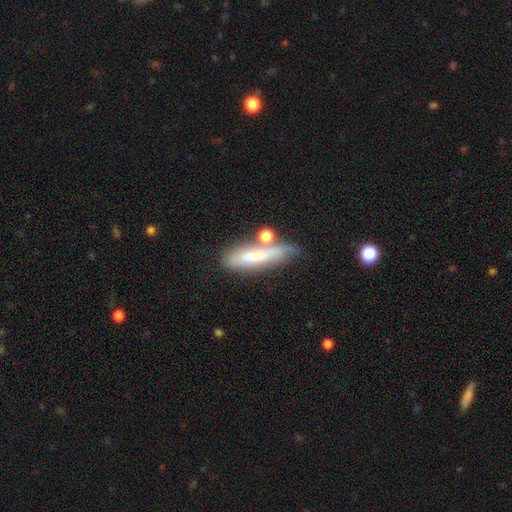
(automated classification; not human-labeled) This is likely a smooth galaxy (61%). How rounded: likely cigar-shaped (69%). Merging: possibly none (48%).